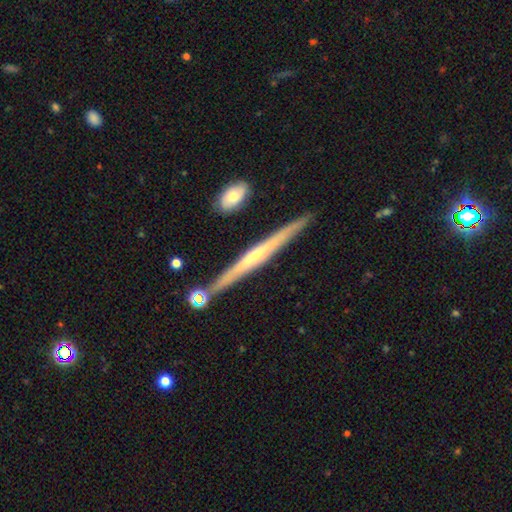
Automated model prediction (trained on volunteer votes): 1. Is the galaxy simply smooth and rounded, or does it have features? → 71% featured or disk, 24% smooth, 6% star or artifact.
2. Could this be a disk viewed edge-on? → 97% yes, 3% no.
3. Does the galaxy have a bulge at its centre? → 51% none, 43% rounded, 6% boxy.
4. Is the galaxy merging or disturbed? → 86% none, 9% minor disturbance, 3% merger, 2% major disturbance.